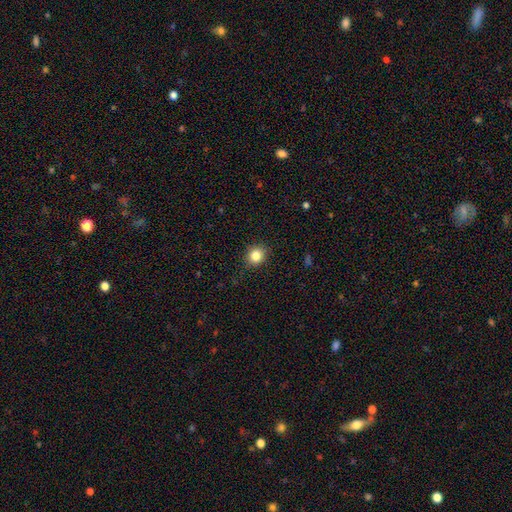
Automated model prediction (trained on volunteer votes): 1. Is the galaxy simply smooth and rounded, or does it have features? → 84% smooth, 11% star or artifact, 5% featured or disk.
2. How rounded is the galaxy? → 79% round, 20% in between, 1% cigar-shaped.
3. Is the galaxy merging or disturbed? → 89% none, 8% minor disturbance, 2% major disturbance, 1% merger.